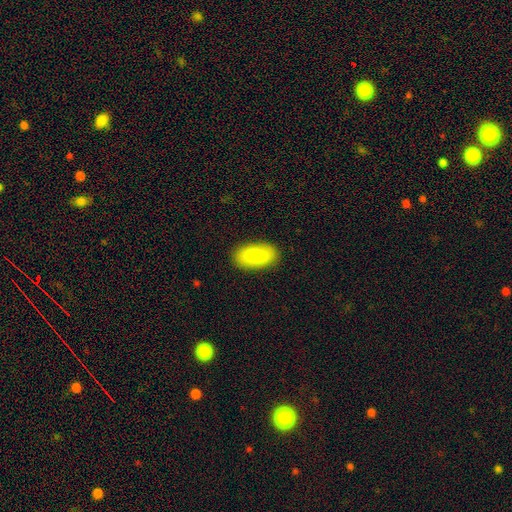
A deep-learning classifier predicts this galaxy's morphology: smooth 81%, featured or disk 12%, star or artifact 6%. Down the decision tree: how rounded — in between (93%); merging — none (87%).